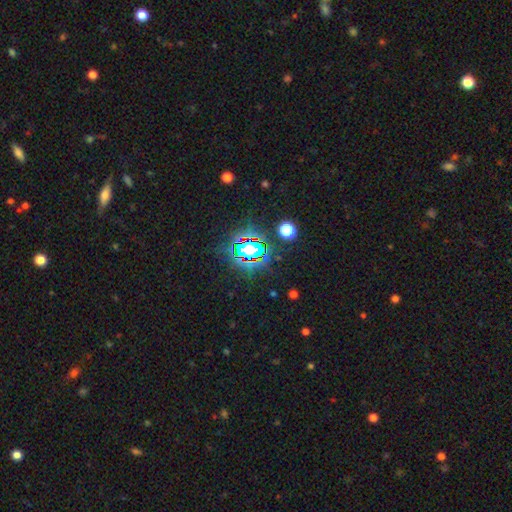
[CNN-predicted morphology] A star or artifact, not a galaxy (71%).

Vote fractions:
- Smooth or featured? star or artifact: 71% / smooth: 19% / featured or disk: 10%